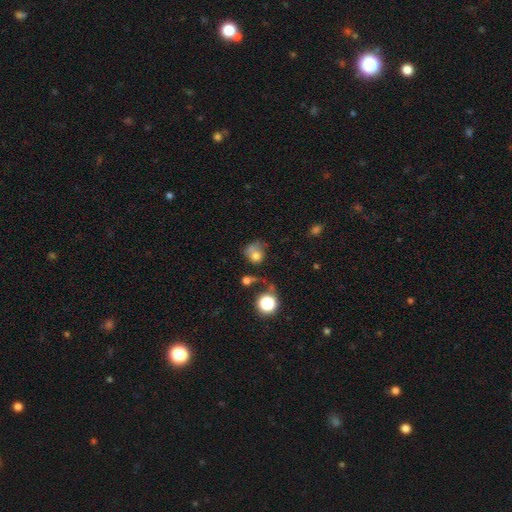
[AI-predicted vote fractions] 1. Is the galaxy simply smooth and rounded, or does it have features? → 66% smooth, 21% featured or disk, 13% star or artifact.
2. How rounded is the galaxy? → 69% round, 30% in between, 1% cigar-shaped.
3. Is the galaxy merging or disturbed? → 33% major disturbance, 28% none, 21% merger, 19% minor disturbance.